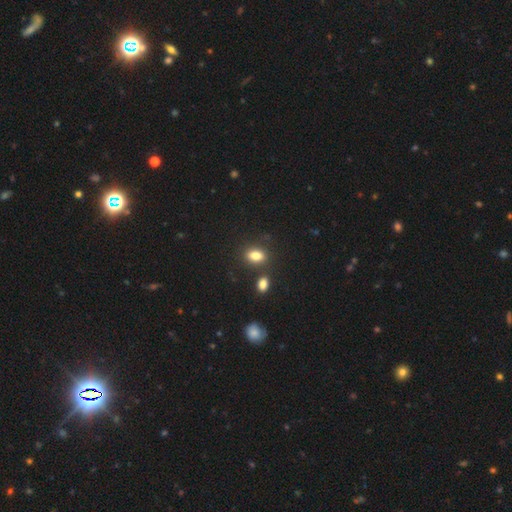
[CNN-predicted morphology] Q: Smooth or featured?
A: smooth (82%); runner-up: star or artifact (10%)
Q: How rounded?
A: in between (79%); runner-up: round (18%)
Q: Merging?
A: none (73%); runner-up: merger (12%)